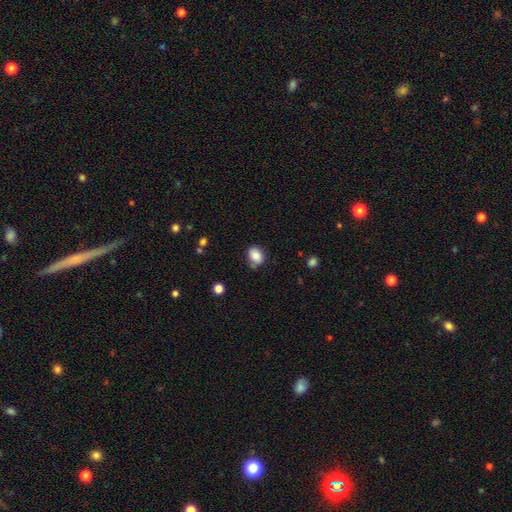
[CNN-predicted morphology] Smooth or featured?
  - smooth: 82% *
  - featured or disk: 9%
  - star or artifact: 9%
How rounded?
  - in between: 55% *
  - round: 44%
  - cigar-shaped: 1%
Merging?
  - none: 71% *
  - minor disturbance: 20%
  - merger: 4%
  - major disturbance: 4%